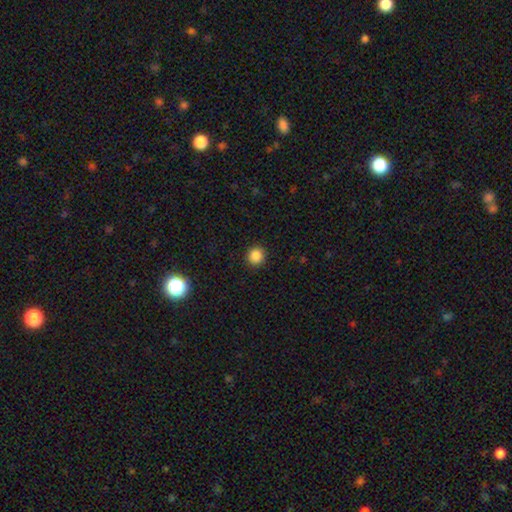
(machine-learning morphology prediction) This appears to be a smooth galaxy with no disk features (86%) that is round (93%). Merging: none (92%).